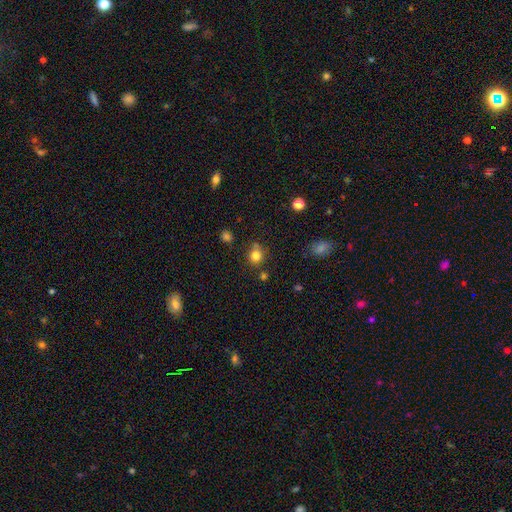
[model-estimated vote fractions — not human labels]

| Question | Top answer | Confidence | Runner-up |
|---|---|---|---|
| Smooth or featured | smooth | 81% | star or artifact (13%) |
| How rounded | round | 87% | in between (12%) |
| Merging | none | 74% | minor disturbance (14%) |